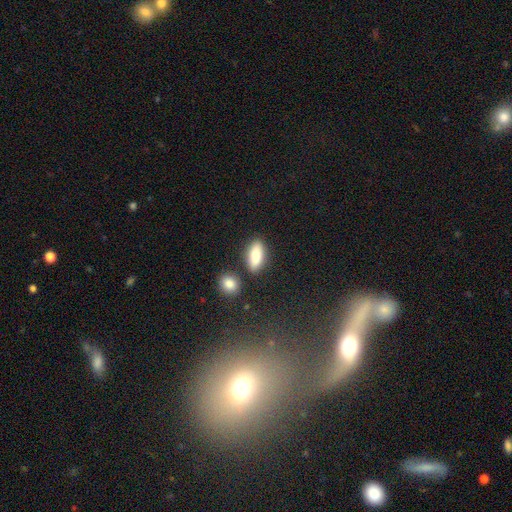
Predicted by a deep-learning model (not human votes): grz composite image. It shows a smooth galaxy with no disk features (84%) that is in between round and cigar-shaped (78%). Merging: none (78%).